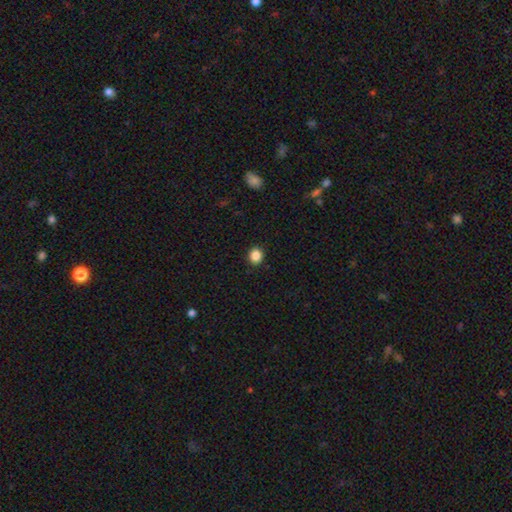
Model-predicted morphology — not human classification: The model was most divided on "how rounded": round: 82%, in between: 17%, cigar-shaped: 1%. More confident: merging — none (92%); smooth or featured — smooth (87%).